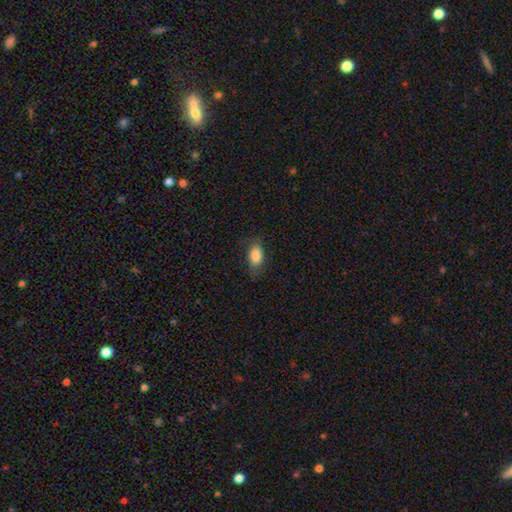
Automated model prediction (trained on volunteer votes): smooth-or-featured: smooth: 84% | featured or disk: 8% | star or artifact: 7%
  how-rounded: in between: 89% | round: 7% | cigar-shaped: 3%
  merging: none: 78% | minor disturbance: 17% | major disturbance: 5% | merger: 1%